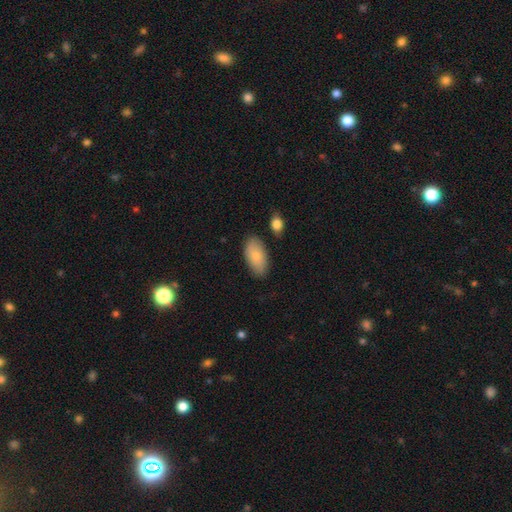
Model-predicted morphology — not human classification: This is clearly a smooth galaxy (80%). How rounded: clearly in between (94%). Merging: clearly none (81%).